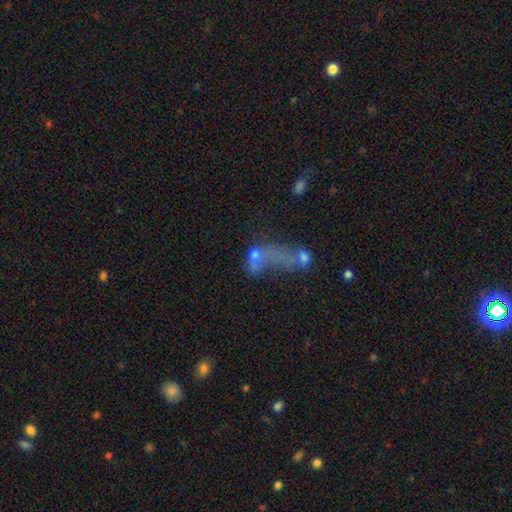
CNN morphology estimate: smooth 40%, featured or disk 35%, star or artifact 25%. Down the decision tree: merging — merger (39%).